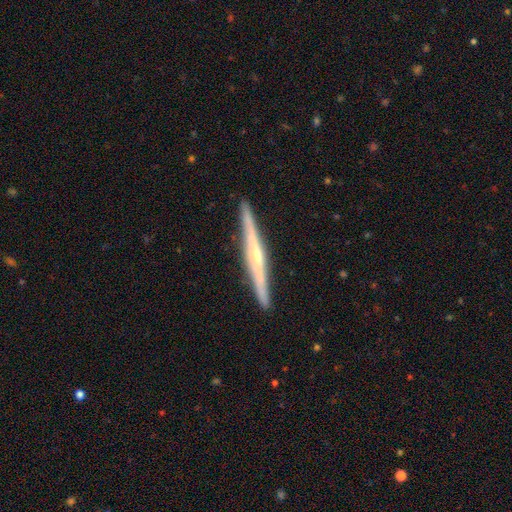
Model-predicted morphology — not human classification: type=featured or disk (73%); edge-on=yes (98%); edge-on bulge=rounded (56%); merging=none (92%).